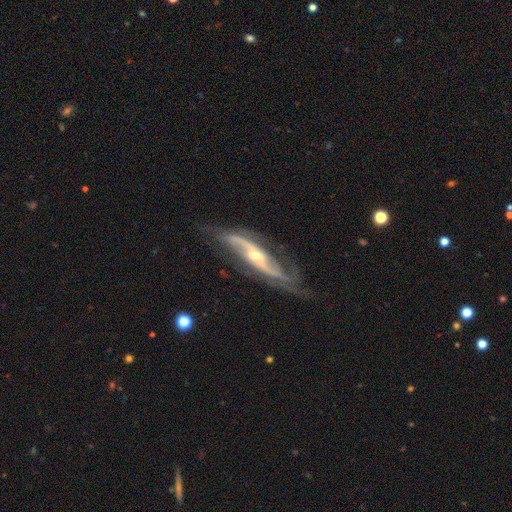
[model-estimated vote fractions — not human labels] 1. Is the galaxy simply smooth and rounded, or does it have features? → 90% featured or disk, 5% star or artifact, 4% smooth.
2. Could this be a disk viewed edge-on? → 81% no, 19% yes.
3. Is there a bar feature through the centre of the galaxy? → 37% no, 33% strong, 30% weak.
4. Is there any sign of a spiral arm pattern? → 97% yes, 3% no.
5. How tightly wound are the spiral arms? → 51% loose, 35% medium, 14% tight.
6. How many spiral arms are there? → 84% 2, 5% can't tell, 4% 3, 2% 1, 2% 4, 2% more than 4.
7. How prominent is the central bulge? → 53% small, 43% moderate, 2% large, 1% none, 1% dominant.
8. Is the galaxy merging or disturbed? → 68% none, 20% minor disturbance, 10% major disturbance, 2% merger.